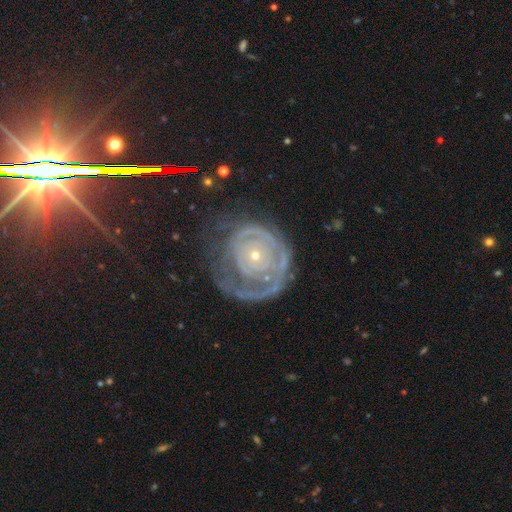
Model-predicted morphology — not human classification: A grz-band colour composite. It shows a featured or disk galaxy (81%) with no bar (86%), tight (77%) spiral arms (78%) and a small central bulge (80%). Merging: none (50%).